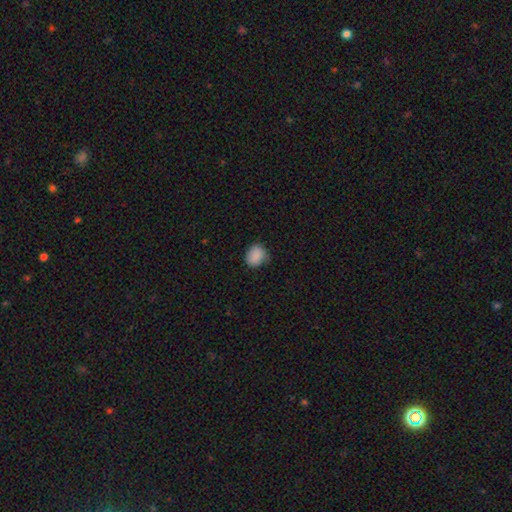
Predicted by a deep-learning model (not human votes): smooth-or-featured: smooth: 88% | star or artifact: 8% | featured or disk: 4%
  how-rounded: round: 61% | in between: 38% | cigar-shaped: 1%
  merging: none: 71% | minor disturbance: 23% | major disturbance: 4% | merger: 1%